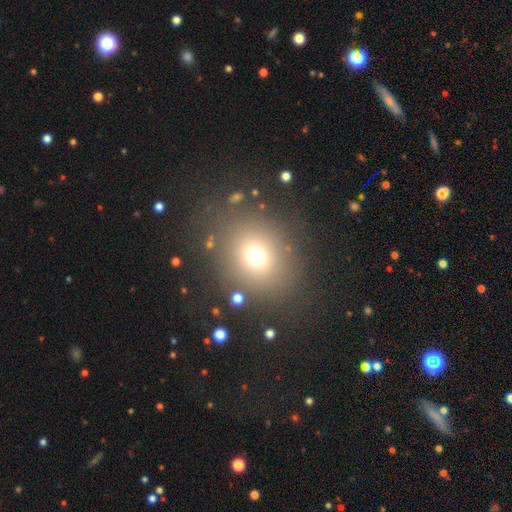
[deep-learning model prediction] Smooth or featured?
  - smooth: 69% *
  - star or artifact: 21%
  - featured or disk: 10%
How rounded?
  - round: 77% *
  - in between: 22%
  - cigar-shaped: 1%
Merging?
  - none: 80% *
  - minor disturbance: 9%
  - major disturbance: 7%
  - merger: 5%